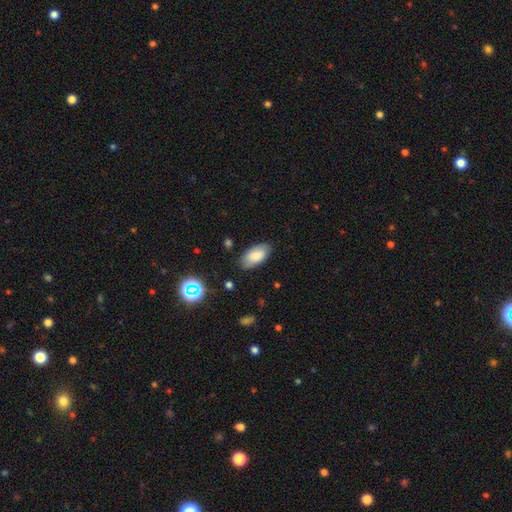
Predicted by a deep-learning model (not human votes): Smooth or featured? Predicted: smooth (p=0.79). How rounded? Predicted: in between (p=0.94). Merging? Predicted: none (p=0.82).